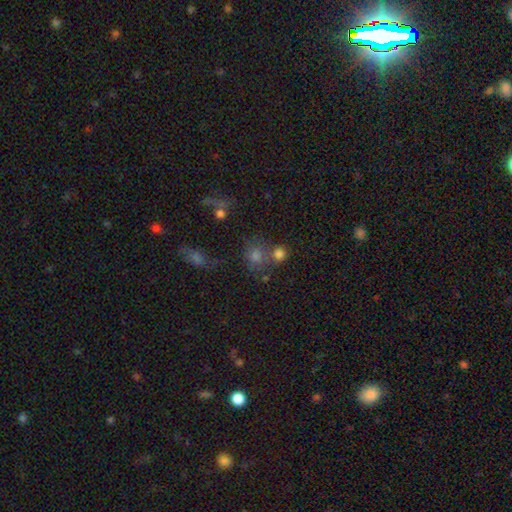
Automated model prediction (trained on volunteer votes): This is likely a smooth galaxy (66%). How rounded: likely round (79%). Merging: possibly none (52%).